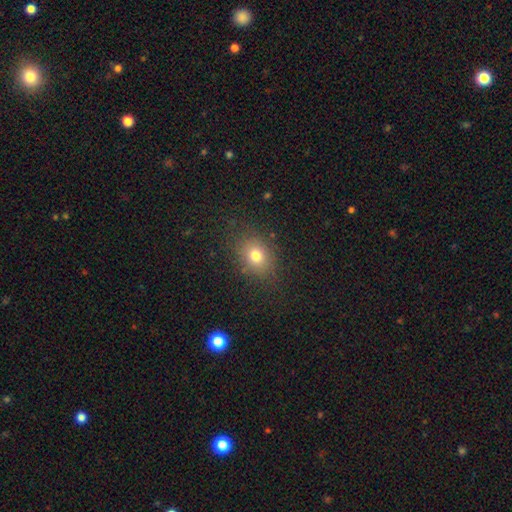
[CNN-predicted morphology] The model was most divided on "how rounded": in between: 51%, round: 48%, cigar-shaped: 1%. More confident: merging — none (83%); smooth or featured — smooth (76%).